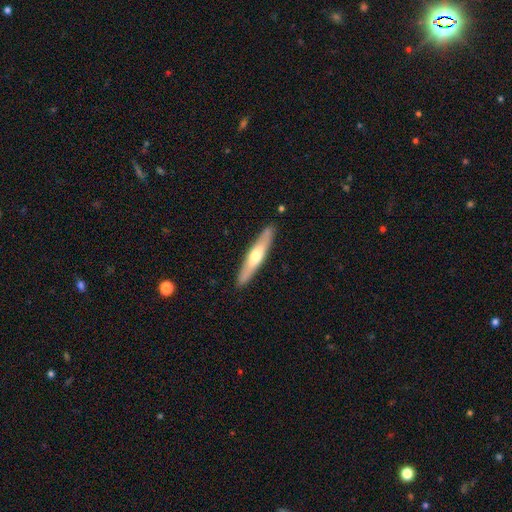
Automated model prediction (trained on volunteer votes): featured or disk 50%, smooth 46%, star or artifact 5%. Down the decision tree: merging — none (90%).